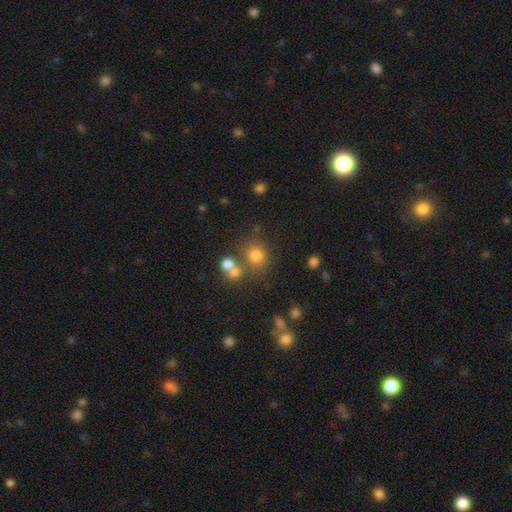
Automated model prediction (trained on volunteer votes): Smooth or featured?
  - smooth: 73% *
  - star or artifact: 18%
  - featured or disk: 9%
How rounded?
  - round: 84% *
  - in between: 15%
  - cigar-shaped: 1%
Merging?
  - none: 68% *
  - merger: 17%
  - minor disturbance: 10%
  - major disturbance: 5%